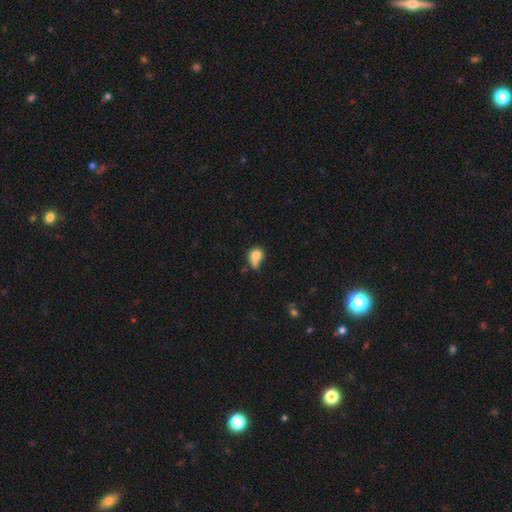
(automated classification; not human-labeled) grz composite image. It shows a smooth galaxy with no disk features (76%) that is round (57%). Merging: none (33%).